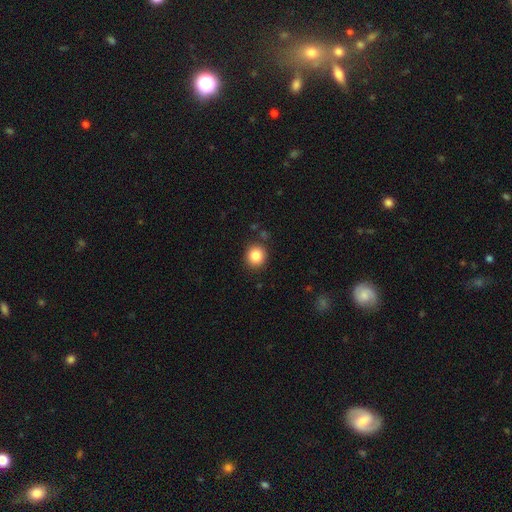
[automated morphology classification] Smooth or featured?
  - smooth: 85% *
  - star or artifact: 10%
  - featured or disk: 5%
How rounded?
  - round: 88% *
  - in between: 11%
  - cigar-shaped: 1%
Merging?
  - none: 89% *
  - minor disturbance: 7%
  - major disturbance: 2%
  - merger: 2%